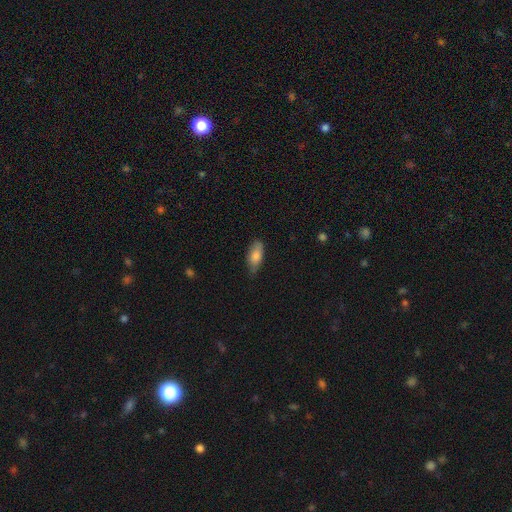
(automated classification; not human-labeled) Smooth or featured? Predicted: smooth (p=0.81). How rounded? Predicted: in between (p=0.84). Merging? Predicted: none (p=0.68).